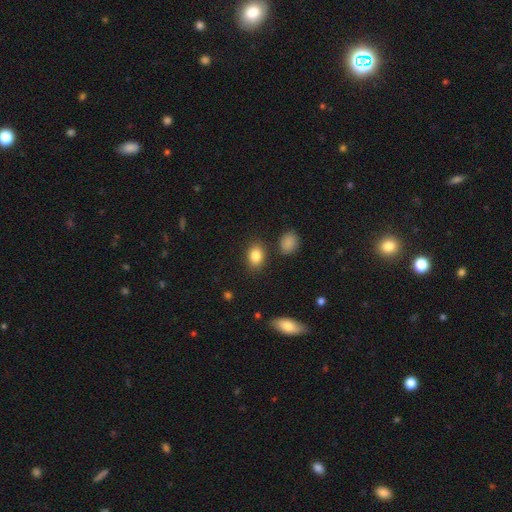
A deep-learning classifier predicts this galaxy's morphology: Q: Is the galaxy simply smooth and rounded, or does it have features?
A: smooth — 86%.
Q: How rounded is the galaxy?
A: in between — 74%.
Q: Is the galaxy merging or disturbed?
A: none — 83%.